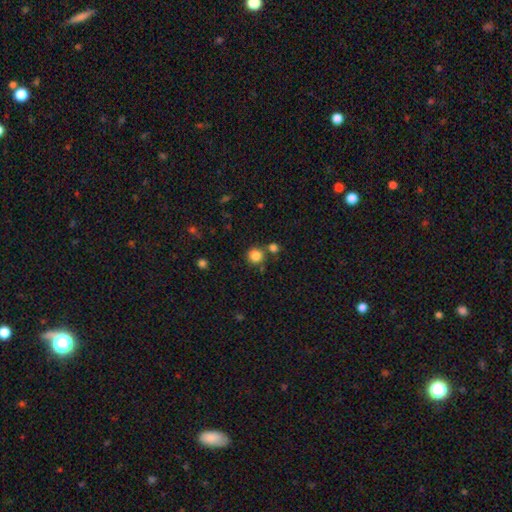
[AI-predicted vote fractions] Smooth or featured? Predicted: smooth (p=0.84). How rounded? Predicted: round (p=0.92). Merging? Predicted: none (p=0.75).